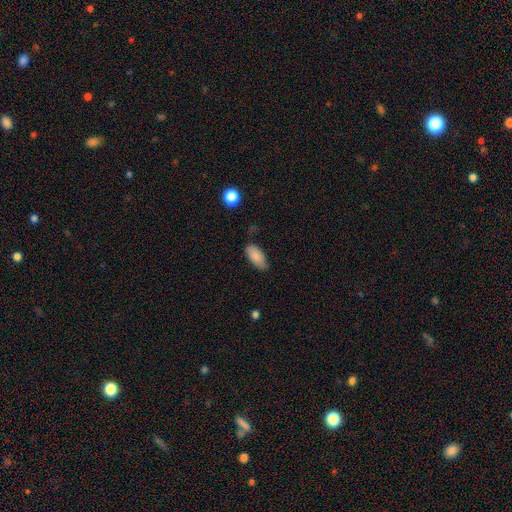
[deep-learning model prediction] smooth 87%, star or artifact 7%, featured or disk 6%. Down the decision tree: how rounded — in between (90%); merging — none (75%).